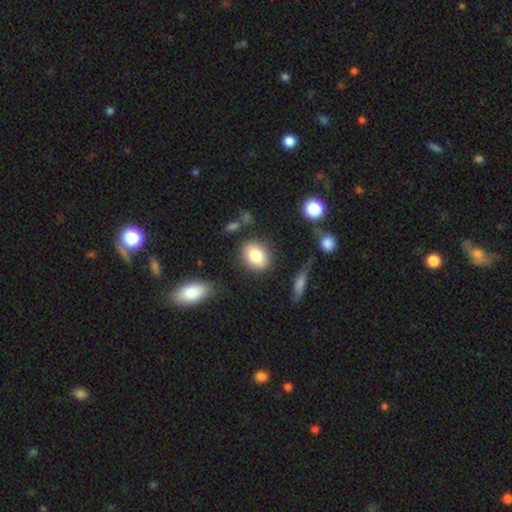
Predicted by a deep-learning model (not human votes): Smooth or featured? smooth (81%)
How rounded? in between (57%)
Merging? none (82%)